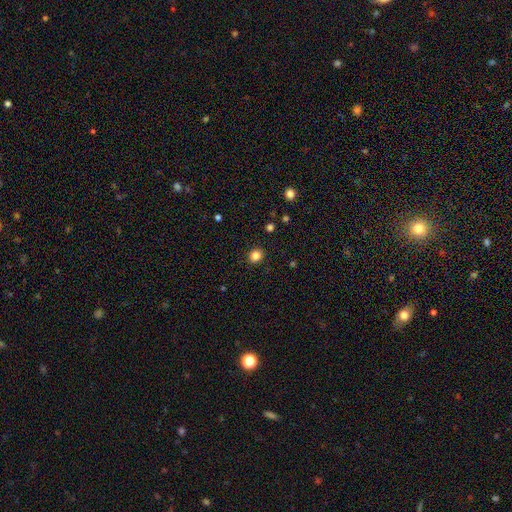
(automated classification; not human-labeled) smooth-or-featured: smooth: 84% | star or artifact: 11% | featured or disk: 5%
  how-rounded: round: 66% | in between: 34% | cigar-shaped: 1%
  merging: none: 90% | minor disturbance: 7% | major disturbance: 2% | merger: 1%